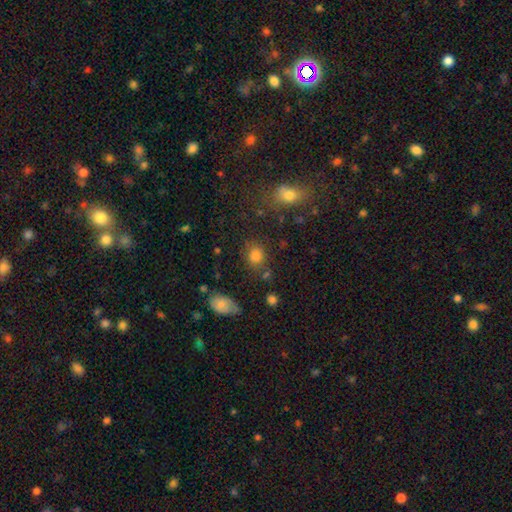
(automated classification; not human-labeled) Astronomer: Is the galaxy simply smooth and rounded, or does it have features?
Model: smooth — 79%.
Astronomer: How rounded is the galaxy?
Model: round — 63%.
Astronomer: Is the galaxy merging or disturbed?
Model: none — 76%.